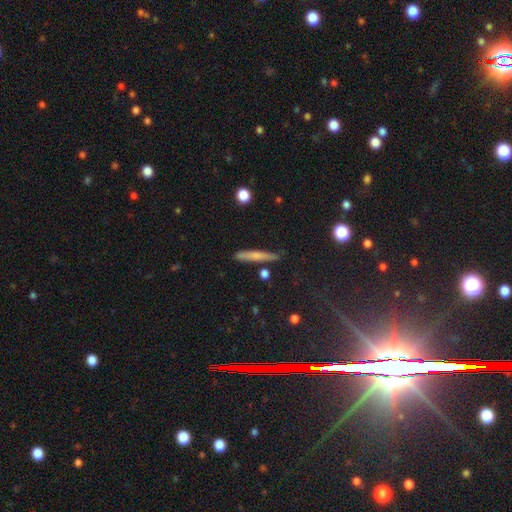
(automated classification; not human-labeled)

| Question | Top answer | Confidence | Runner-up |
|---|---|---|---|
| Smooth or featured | smooth | 61% | featured or disk (30%) |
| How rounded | cigar-shaped | 93% | in between (5%) |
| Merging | none | 82% | minor disturbance (12%) |